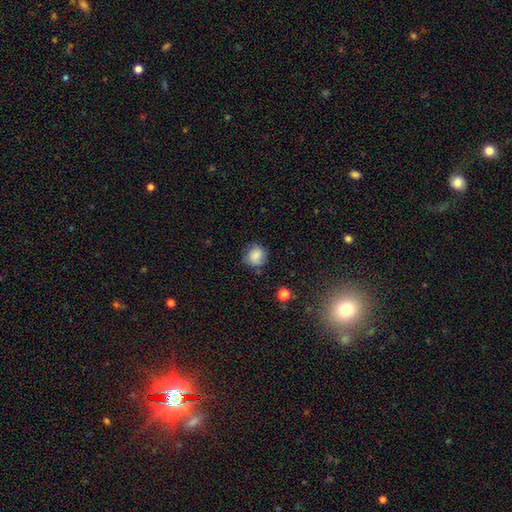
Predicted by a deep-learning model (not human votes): smooth-or-featured: smooth: 79% | featured or disk: 11% | star or artifact: 10%
  how-rounded: round: 79% | in between: 20% | cigar-shaped: 1%
  merging: none: 69% | minor disturbance: 22% | major disturbance: 7% | merger: 2%